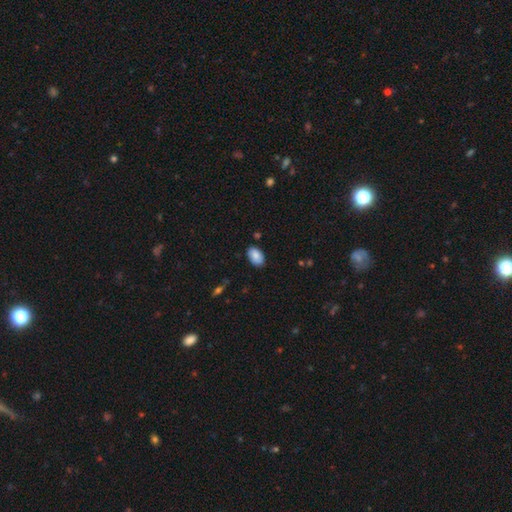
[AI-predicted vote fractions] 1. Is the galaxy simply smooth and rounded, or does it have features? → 85% smooth, 8% featured or disk, 7% star or artifact.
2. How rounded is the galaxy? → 92% in between, 6% round, 1% cigar-shaped.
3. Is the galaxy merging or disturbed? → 83% none, 14% minor disturbance, 2% major disturbance, 1% merger.